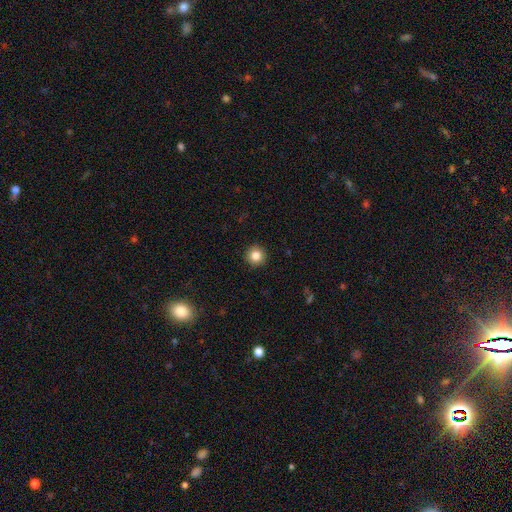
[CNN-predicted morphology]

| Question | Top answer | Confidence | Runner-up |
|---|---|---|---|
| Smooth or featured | smooth | 84% | star or artifact (10%) |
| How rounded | round | 96% | in between (3%) |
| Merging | none | 93% | minor disturbance (5%) |